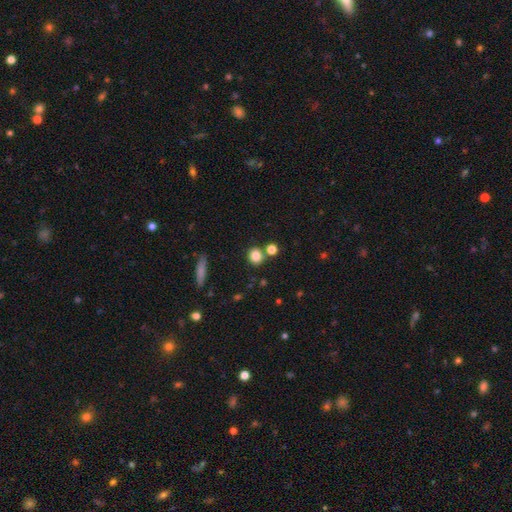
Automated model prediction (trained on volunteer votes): This appears to be a smooth galaxy with no disk features (82%) that is round (81%). Merging: none (74%).